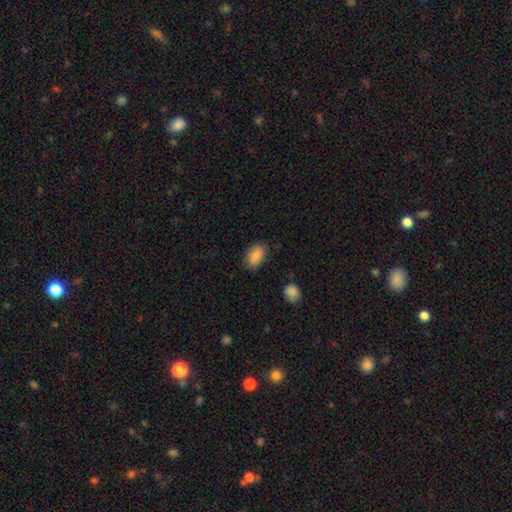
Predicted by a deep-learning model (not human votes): This appears to be a smooth galaxy with no disk features (88%) that is in between round and cigar-shaped (91%). Merging: none (80%).